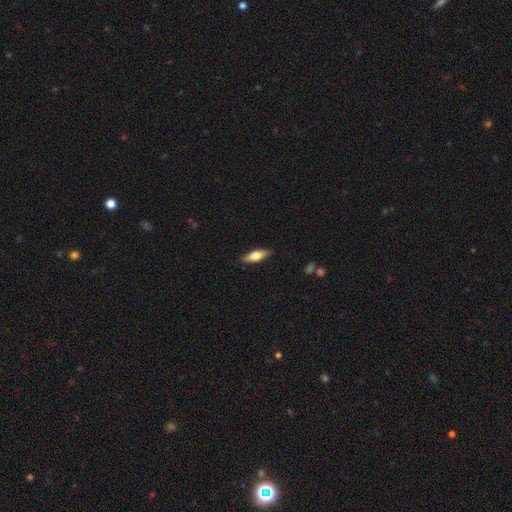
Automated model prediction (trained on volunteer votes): Smooth or featured?
  - smooth: 60% *
  - featured or disk: 34%
  - star or artifact: 6%
How rounded?
  - in between: 53% *
  - cigar-shaped: 45%
  - round: 2%
Merging?
  - none: 87% *
  - minor disturbance: 10%
  - major disturbance: 2%
  - merger: 1%